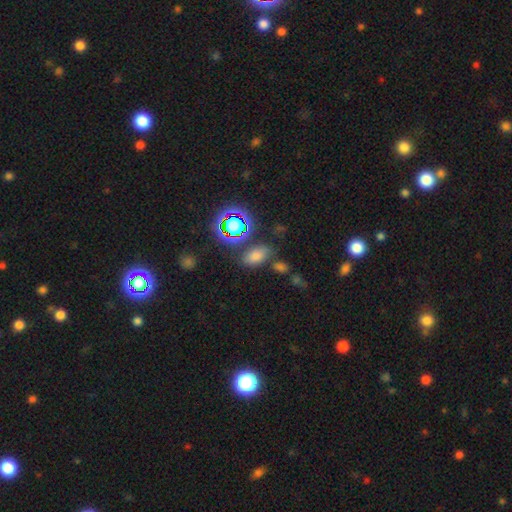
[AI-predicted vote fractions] This is likely a smooth galaxy (69%). How rounded: clearly in between (89%). Merging: likely none (73%).